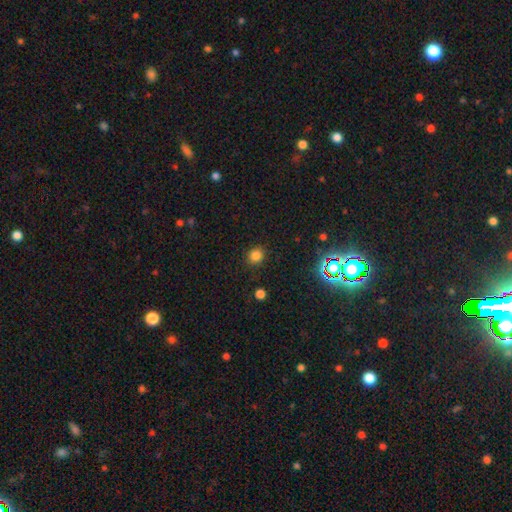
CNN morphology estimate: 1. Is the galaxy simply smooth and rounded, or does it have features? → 81% smooth, 15% star or artifact, 4% featured or disk.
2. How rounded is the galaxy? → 81% round, 18% in between, 1% cigar-shaped.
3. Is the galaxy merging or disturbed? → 88% none, 8% minor disturbance, 3% major disturbance, 1% merger.